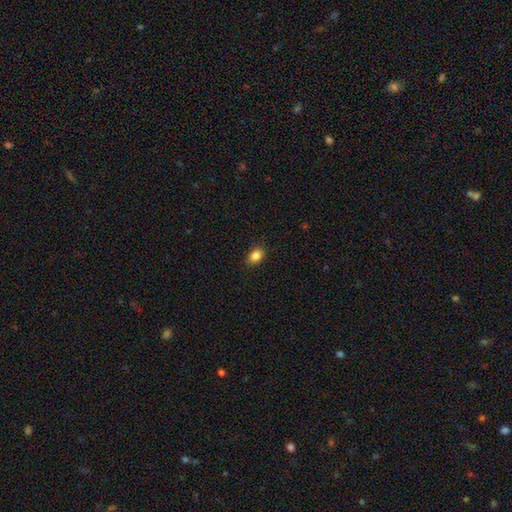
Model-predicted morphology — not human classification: Smooth or featured?
  - smooth: 86% *
  - star or artifact: 9%
  - featured or disk: 5%
How rounded?
  - in between: 77% *
  - round: 21%
  - cigar-shaped: 1%
Merging?
  - none: 87% *
  - minor disturbance: 10%
  - major disturbance: 2%
  - merger: 1%